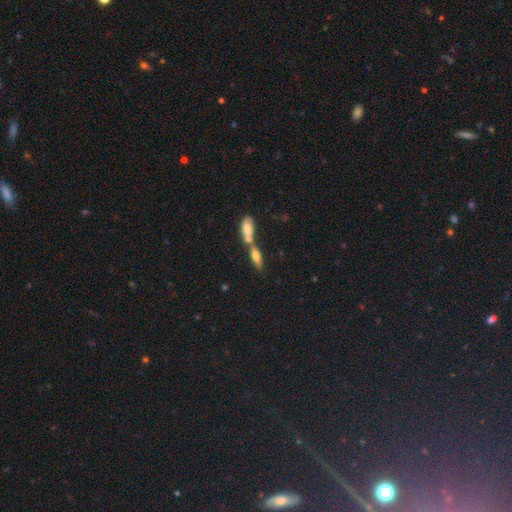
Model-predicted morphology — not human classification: A smooth galaxy with no disk features (64%) that is in between round and cigar-shaped (52%). Merging: merger (58%).